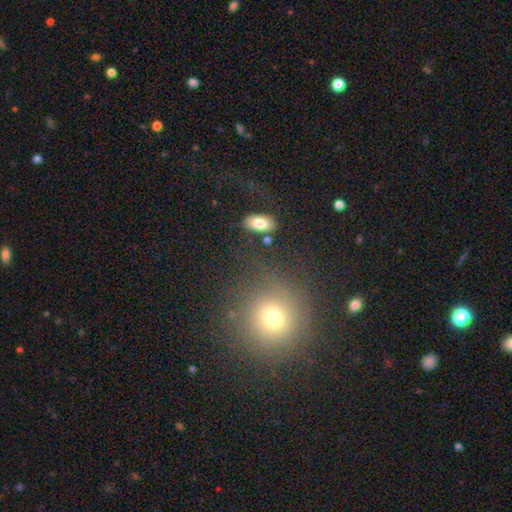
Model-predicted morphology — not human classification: Q: Smooth or featured?
A: smooth (51%); runner-up: star or artifact (30%)
Q: How rounded?
A: round (72%); runner-up: in between (22%)
Q: Merging?
A: none (69%); runner-up: minor disturbance (13%)